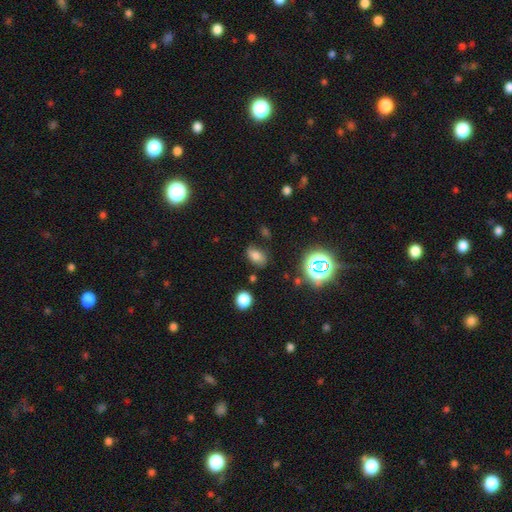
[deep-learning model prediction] smooth_or_featured: smooth (p=0.68) [alt: star or artifact p=0.20]
how_rounded: in between (p=0.84) [alt: round p=0.14]
merging: none (p=0.76) [alt: minor disturbance p=0.16]